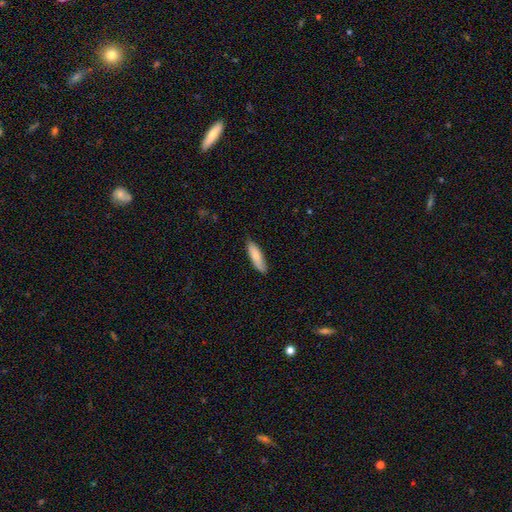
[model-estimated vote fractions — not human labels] This appears to be a smooth galaxy with no disk features (82%) that is cigar-shaped (63%). Merging: none (83%).